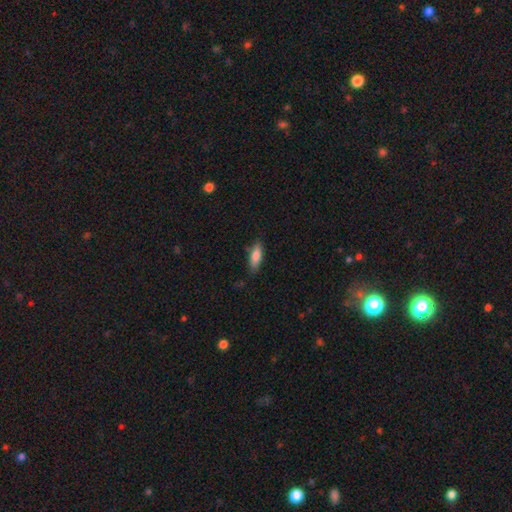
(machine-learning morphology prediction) Smooth or featured: smooth — 80% (featured or disk — 14%)
How rounded: in between — 59% (cigar-shaped — 39%)
Merging: none — 80% (minor disturbance — 15%)